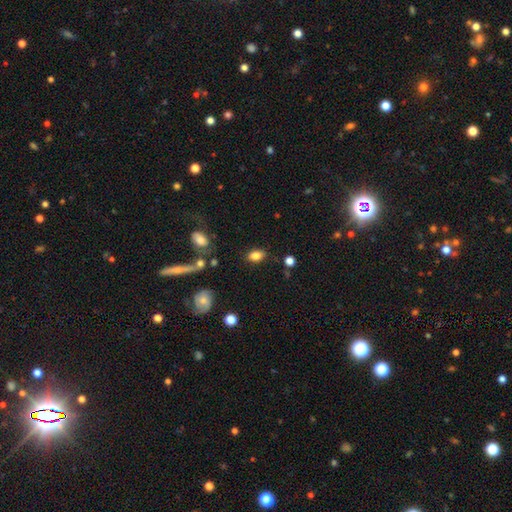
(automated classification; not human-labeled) A smooth galaxy with no disk features (83%) that is in between round and cigar-shaped (84%). Merging: none (81%).